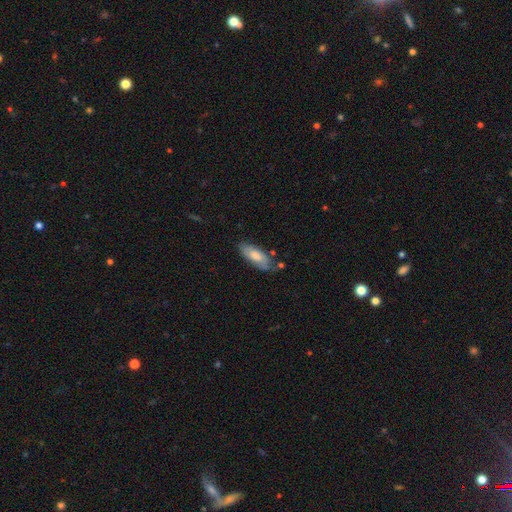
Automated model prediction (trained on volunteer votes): A smooth galaxy with no disk features (66%) that is in between round and cigar-shaped (79%).

Vote fractions:
- Smooth or featured? smooth: 66% / featured or disk: 28% / star or artifact: 6%
- How rounded? in between: 79% / cigar-shaped: 19% / round: 2%
- Merging? none: 63% / minor disturbance: 27% / major disturbance: 6% / merger: 4%